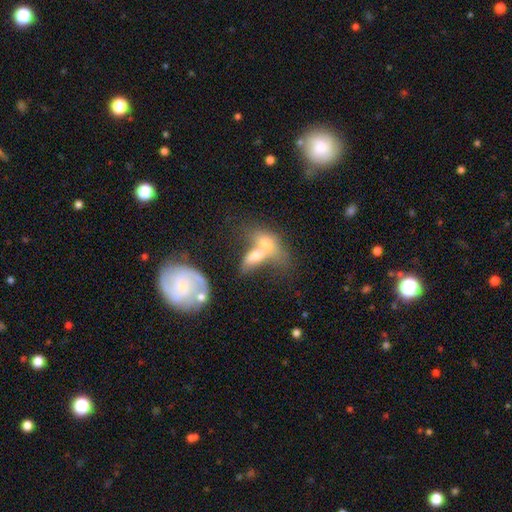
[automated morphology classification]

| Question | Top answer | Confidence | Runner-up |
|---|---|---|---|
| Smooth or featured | smooth | 56% | featured or disk (33%) |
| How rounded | in between | 77% | round (15%) |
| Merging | merger | 75% | none (12%) |